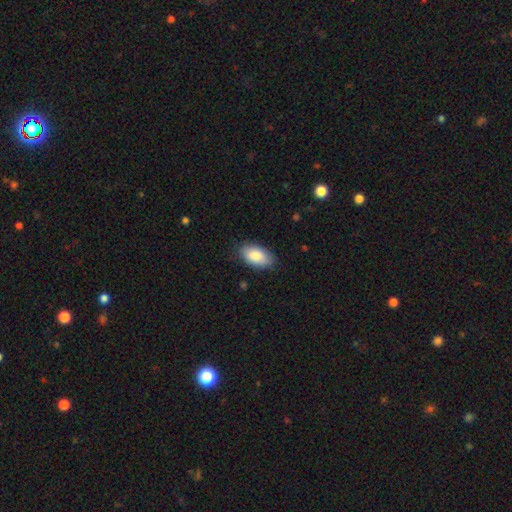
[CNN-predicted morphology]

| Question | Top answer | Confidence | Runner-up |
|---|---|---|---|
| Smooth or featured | smooth | 86% | featured or disk (8%) |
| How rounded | in between | 95% | round (3%) |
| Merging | none | 82% | minor disturbance (14%) |